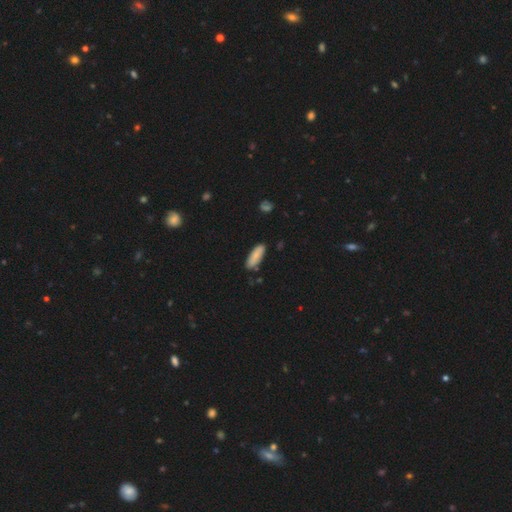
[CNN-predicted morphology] A smooth galaxy with no disk features (83%) that is in between round and cigar-shaped (64%). Merging: none (82%).